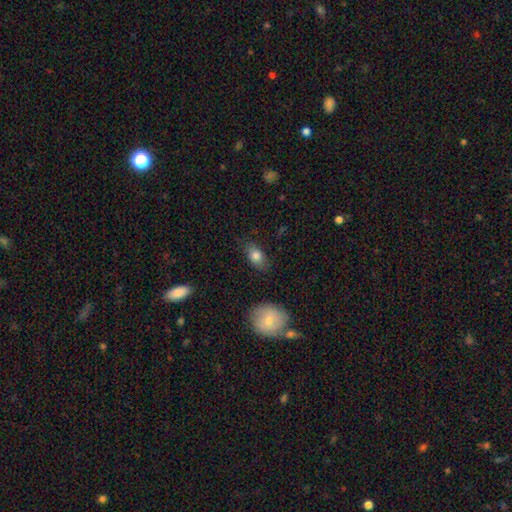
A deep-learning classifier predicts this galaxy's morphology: Smooth or featured: smooth — 81% (featured or disk — 11%)
How rounded: in between — 83% (round — 12%)
Merging: none — 80% (minor disturbance — 15%)